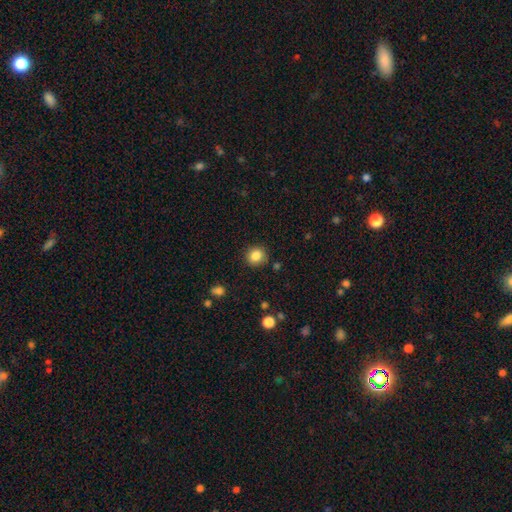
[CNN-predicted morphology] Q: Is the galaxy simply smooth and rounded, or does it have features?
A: smooth — 84%.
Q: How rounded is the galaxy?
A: round — 87%.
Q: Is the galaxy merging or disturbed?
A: none — 88%.